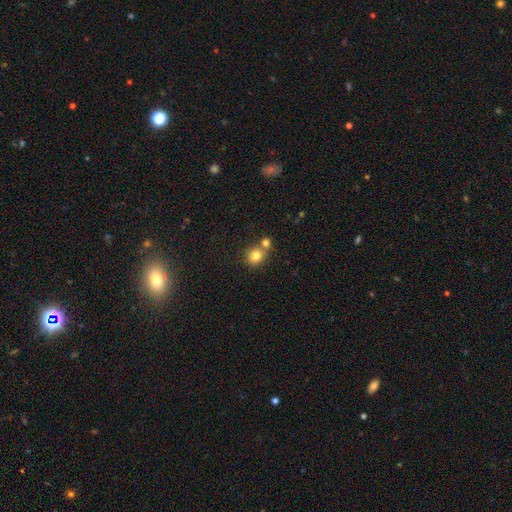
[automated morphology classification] This appears to be a smooth galaxy with no disk features (80%) that is round (81%). Merging: none (54%).